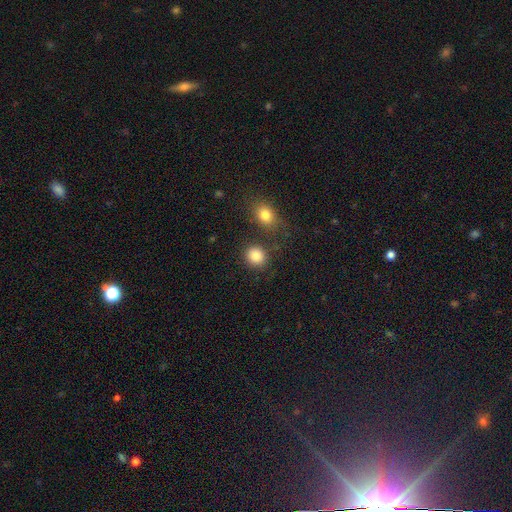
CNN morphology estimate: Smooth or featured?
  - smooth: 85% *
  - star or artifact: 10%
  - featured or disk: 5%
How rounded?
  - round: 74% *
  - in between: 25%
  - cigar-shaped: 1%
Merging?
  - none: 79% *
  - minor disturbance: 10%
  - merger: 8%
  - major disturbance: 4%